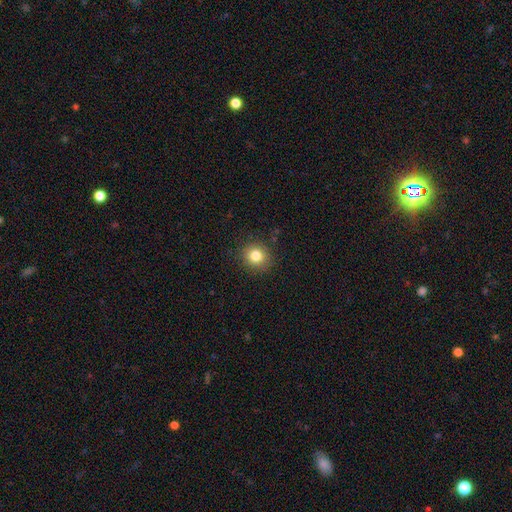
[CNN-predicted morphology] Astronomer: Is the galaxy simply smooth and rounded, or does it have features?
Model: smooth — 81%.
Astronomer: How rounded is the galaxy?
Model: round — 87%.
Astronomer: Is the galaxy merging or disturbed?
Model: none — 89%.